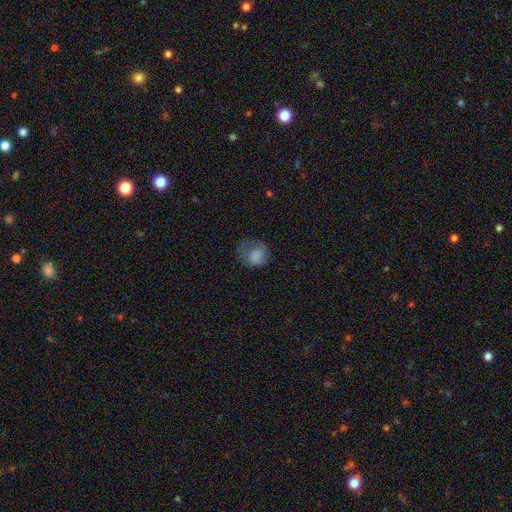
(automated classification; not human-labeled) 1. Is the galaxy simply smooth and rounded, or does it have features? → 74% smooth, 17% featured or disk, 10% star or artifact.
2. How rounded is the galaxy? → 63% round, 36% in between, 1% cigar-shaped.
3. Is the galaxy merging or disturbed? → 41% none, 29% major disturbance, 28% minor disturbance, 2% merger.